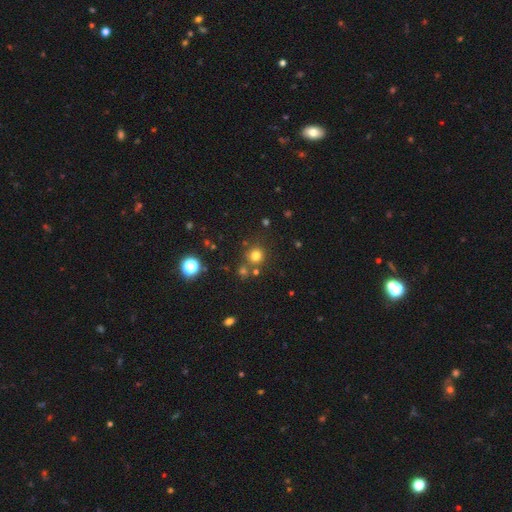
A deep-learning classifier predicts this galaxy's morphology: This is likely a smooth galaxy (74%). How rounded: clearly round (93%). Merging: likely none (78%).